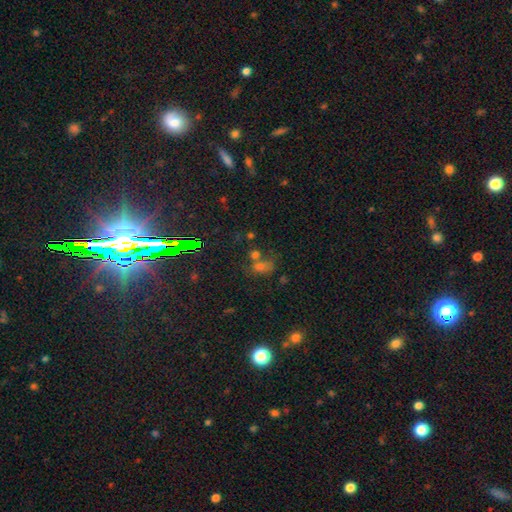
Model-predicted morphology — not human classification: star or artifact 49%, smooth 38%, featured or disk 13%.